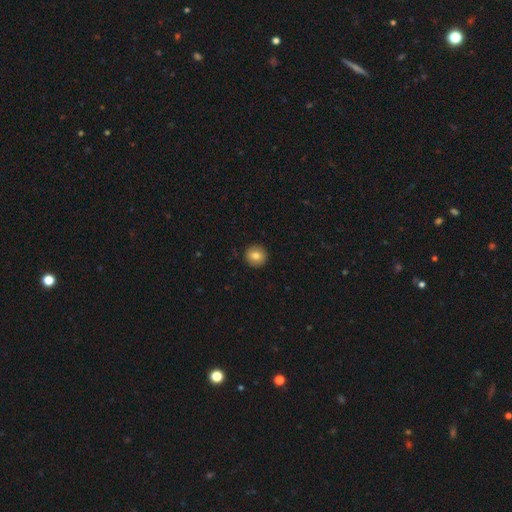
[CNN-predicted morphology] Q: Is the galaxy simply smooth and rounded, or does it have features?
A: smooth — 82%.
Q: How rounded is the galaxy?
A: round — 92%.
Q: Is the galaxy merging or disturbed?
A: none — 92%.